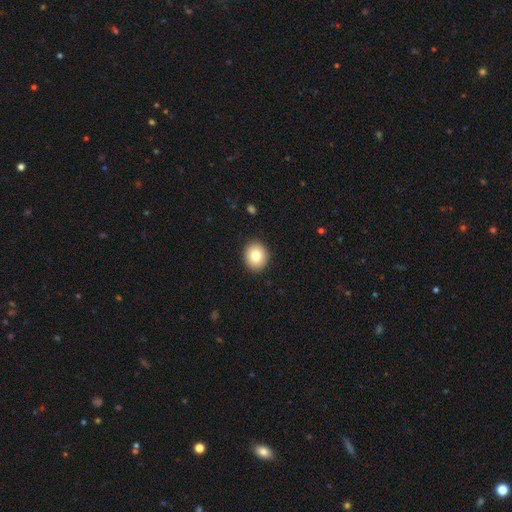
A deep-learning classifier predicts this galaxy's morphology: This appears to be a smooth galaxy with no disk features (79%) that is round (77%). Merging: none (92%).